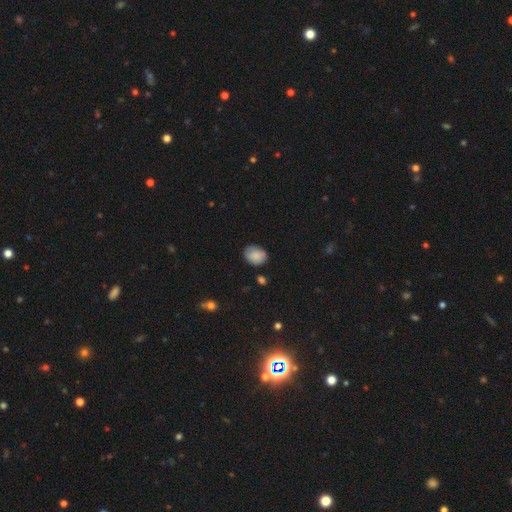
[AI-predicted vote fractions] Smooth or featured?
  - smooth: 85% *
  - star or artifact: 8%
  - featured or disk: 7%
How rounded?
  - in between: 52% *
  - round: 47%
  - cigar-shaped: 1%
Merging?
  - none: 75% *
  - minor disturbance: 19%
  - major disturbance: 4%
  - merger: 2%